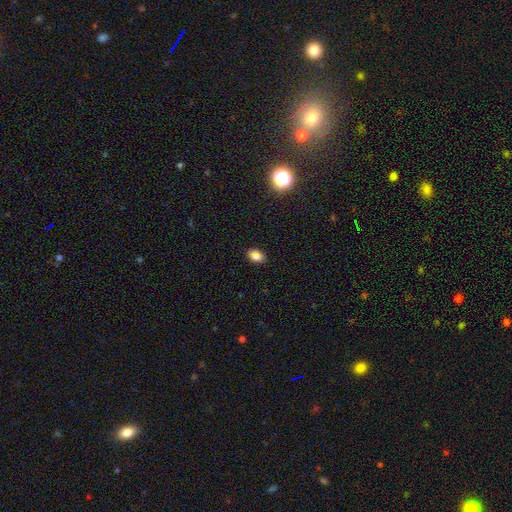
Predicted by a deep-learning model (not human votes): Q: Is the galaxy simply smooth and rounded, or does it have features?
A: smooth — 69%.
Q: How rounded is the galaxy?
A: in between — 78%.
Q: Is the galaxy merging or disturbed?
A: none — 80%.